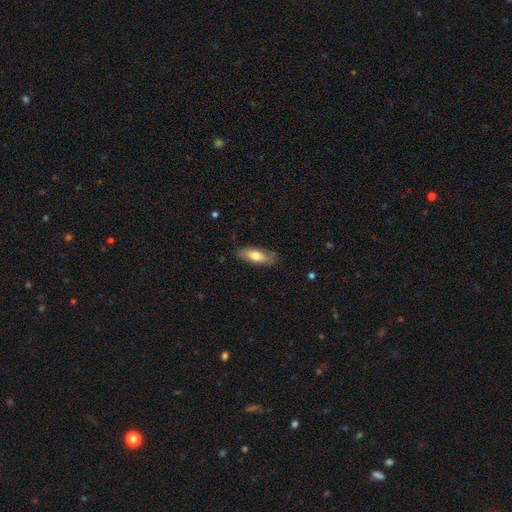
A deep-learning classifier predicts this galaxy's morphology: smooth-or-featured: smooth: 68% | featured or disk: 26% | star or artifact: 6%
  how-rounded: in between: 71% | cigar-shaped: 26% | round: 2%
  merging: none: 79% | minor disturbance: 17% | major disturbance: 3% | merger: 1%